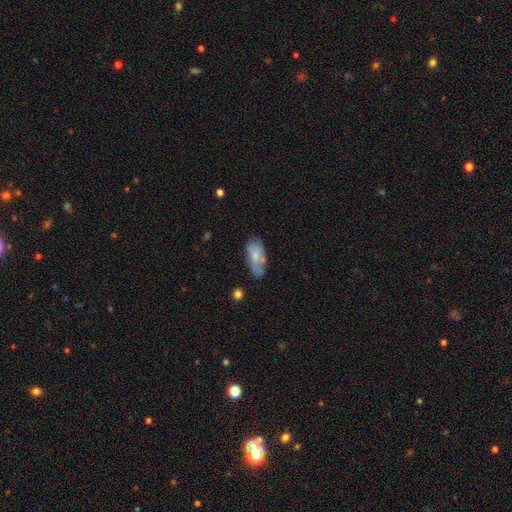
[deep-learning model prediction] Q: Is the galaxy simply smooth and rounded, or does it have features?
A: smooth — 63%.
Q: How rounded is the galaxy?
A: in between — 90%.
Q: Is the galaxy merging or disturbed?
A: none — 51%.